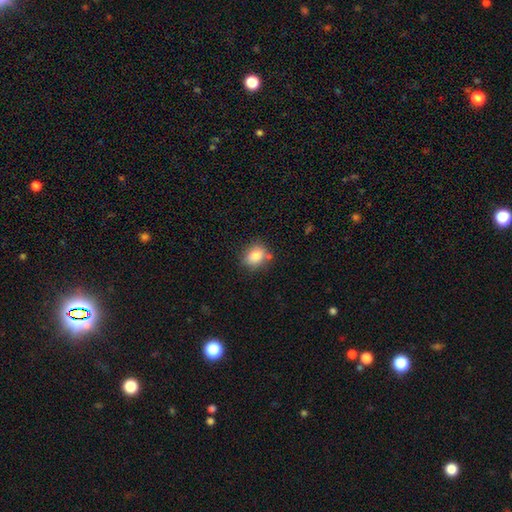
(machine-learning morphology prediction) A smooth galaxy with no disk features (83%) that is in between round and cigar-shaped (53%). Merging: none (68%).